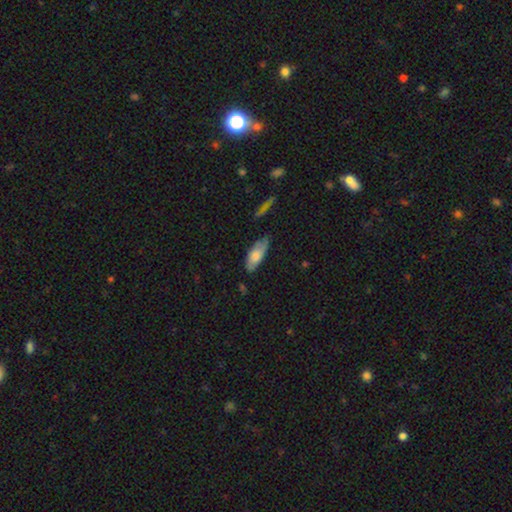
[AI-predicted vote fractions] smooth_or_featured: smooth (p=0.70) [alt: featured or disk p=0.24]
how_rounded: in between (p=0.76) [alt: cigar-shaped p=0.22]
merging: none (p=0.68) [alt: minor disturbance p=0.25]